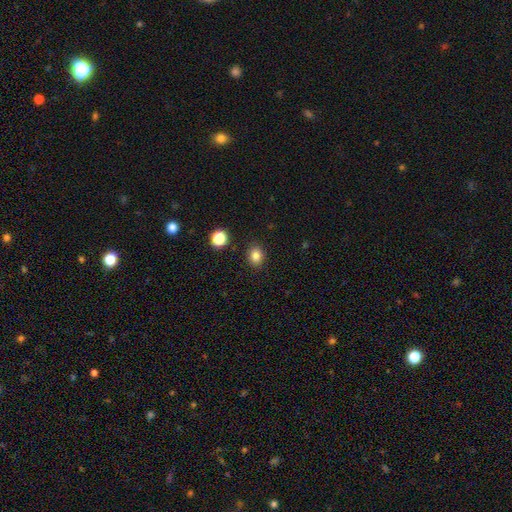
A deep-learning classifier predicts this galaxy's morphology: Smooth or featured? smooth (84%)
How rounded? round (55%)
Merging? none (88%)